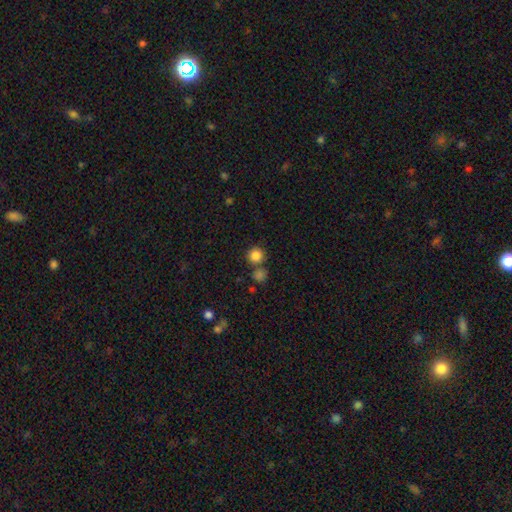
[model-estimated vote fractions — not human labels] This appears to be a smooth galaxy with no disk features (84%) that is round (93%). Merging: none (71%).